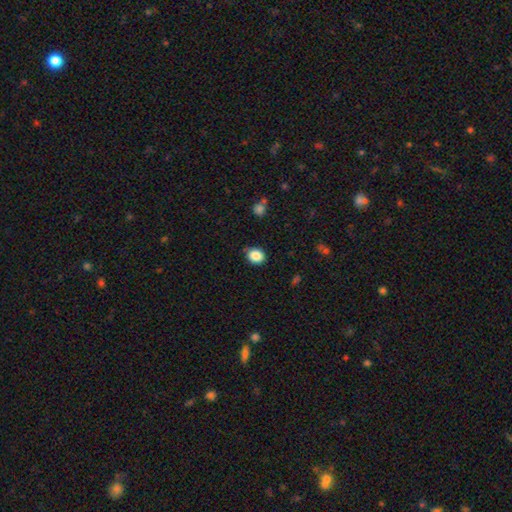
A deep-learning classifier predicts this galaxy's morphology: Q: Smooth or featured?
A: smooth (87%); runner-up: star or artifact (9%)
Q: How rounded?
A: round (61%); runner-up: in between (39%)
Q: Merging?
A: none (83%); runner-up: minor disturbance (12%)